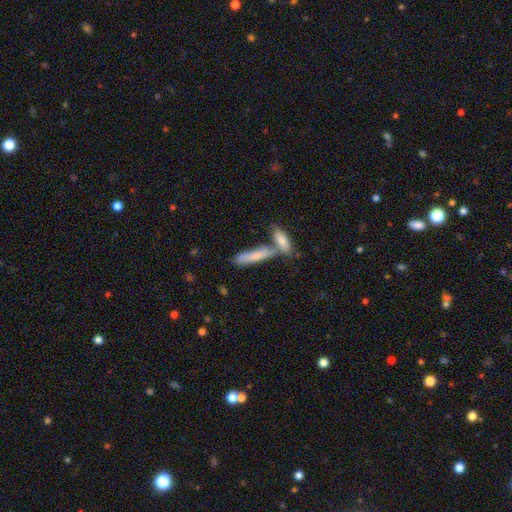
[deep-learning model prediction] Smooth or featured?
  - smooth: 73% *
  - featured or disk: 21%
  - star or artifact: 6%
How rounded?
  - cigar-shaped: 78% *
  - in between: 20%
  - round: 2%
Merging?
  - none: 50% *
  - merger: 35%
  - minor disturbance: 11%
  - major disturbance: 4%